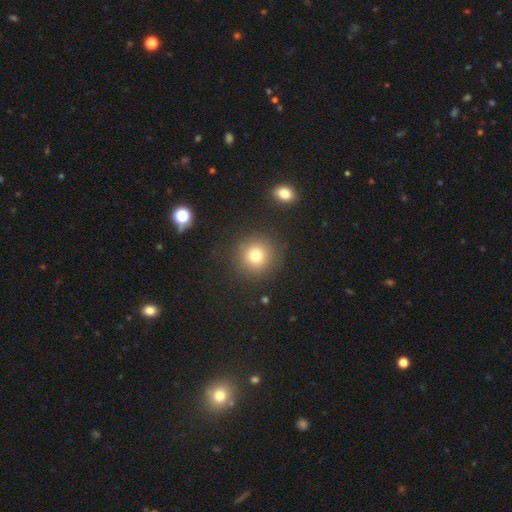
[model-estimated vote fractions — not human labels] The model was most divided on "smooth or featured": smooth: 76%, star or artifact: 14%, featured or disk: 10%. More confident: how rounded — round (93%); merging — none (87%).